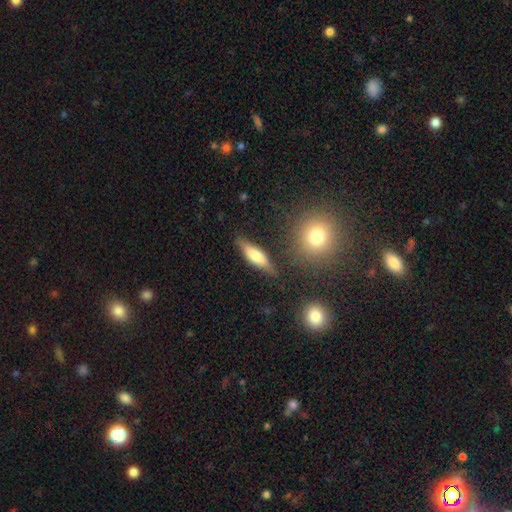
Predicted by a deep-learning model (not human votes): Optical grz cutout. It shows a smooth galaxy with no disk features (56%) that is cigar-shaped (56%). Merging: none (75%).